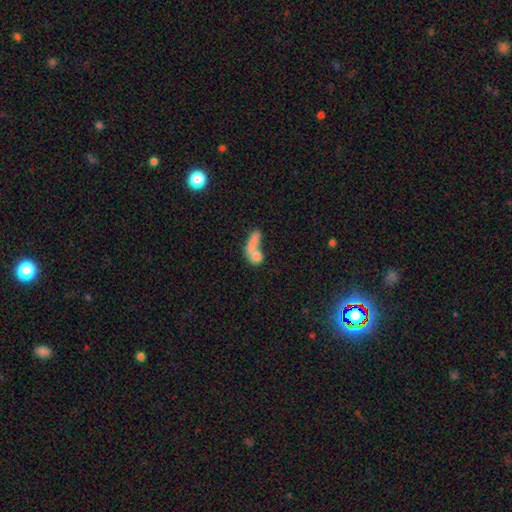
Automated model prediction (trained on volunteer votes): smooth-or-featured: smooth: 68% | featured or disk: 23% | star or artifact: 10%
  how-rounded: in between: 49% | round: 32% | cigar-shaped: 19%
  merging: merger: 50% | none: 21% | major disturbance: 20% | minor disturbance: 9%